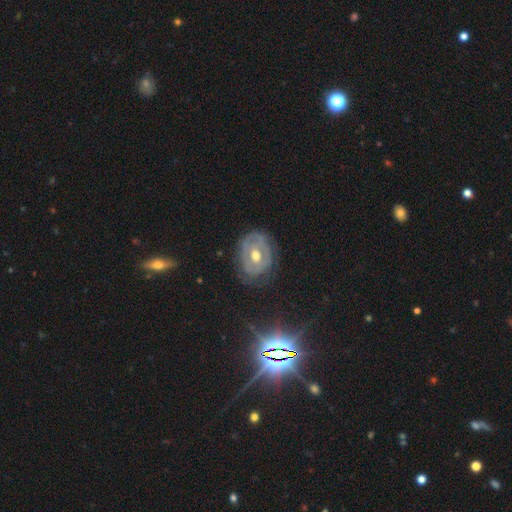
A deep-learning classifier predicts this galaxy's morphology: featured or disk 70%, smooth 21%, star or artifact 9%. Down the decision tree: edge-on disk — no (95%); bar — no (56%); spiral arms — no (54%); bulge size — moderate (80%); merging — none (72%).